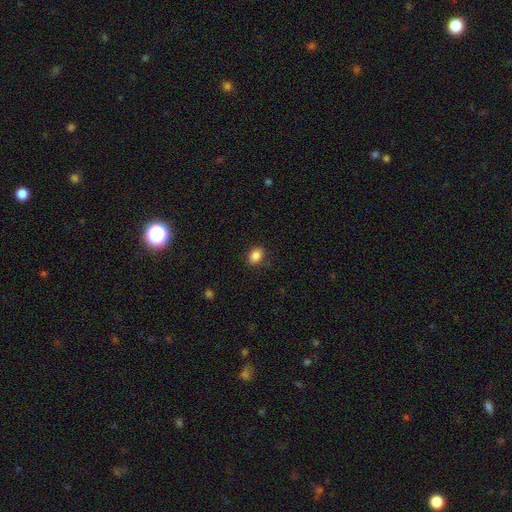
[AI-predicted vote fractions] A smooth galaxy with no disk features (87%) that is in between round and cigar-shaped (69%). Merging: none (87%).